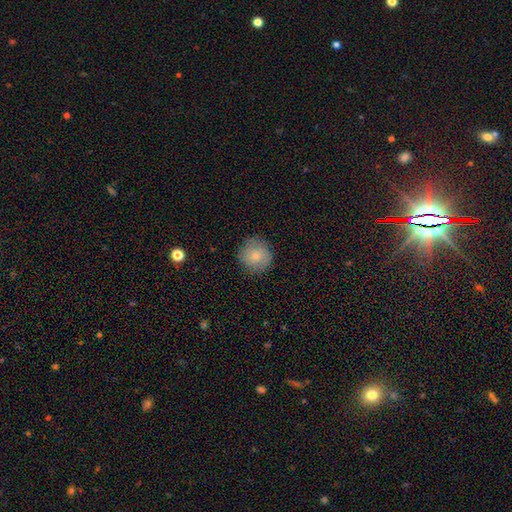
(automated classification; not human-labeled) Smooth or featured?
  - smooth: 81% *
  - featured or disk: 10%
  - star or artifact: 8%
How rounded?
  - round: 94% *
  - in between: 5%
  - cigar-shaped: 1%
Merging?
  - none: 86% *
  - minor disturbance: 10%
  - major disturbance: 3%
  - merger: 1%